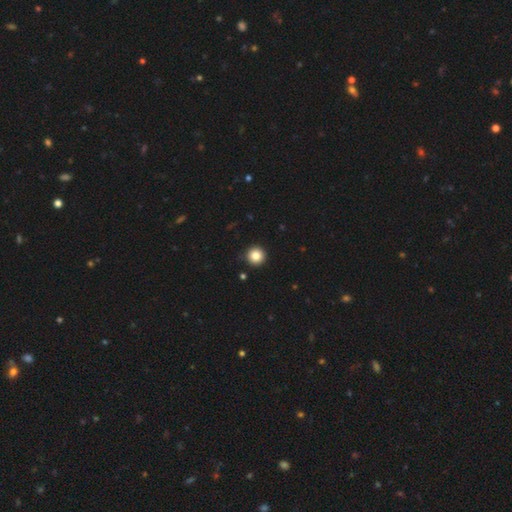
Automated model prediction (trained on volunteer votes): Smooth or featured? smooth (84%)
How rounded? round (96%)
Merging? none (92%)